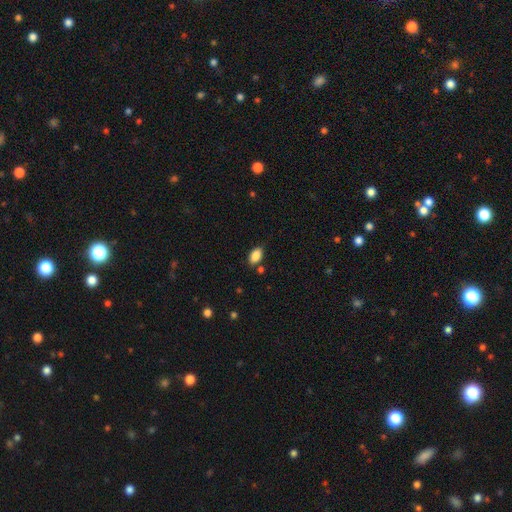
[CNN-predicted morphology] A smooth galaxy with no disk features (87%) that is in between round and cigar-shaped (92%).

Vote fractions:
- Smooth or featured? smooth: 87% / star or artifact: 8% / featured or disk: 5%
- How rounded? in between: 92% / round: 5% / cigar-shaped: 3%
- Merging? none: 79% / minor disturbance: 14% / merger: 4% / major disturbance: 3%